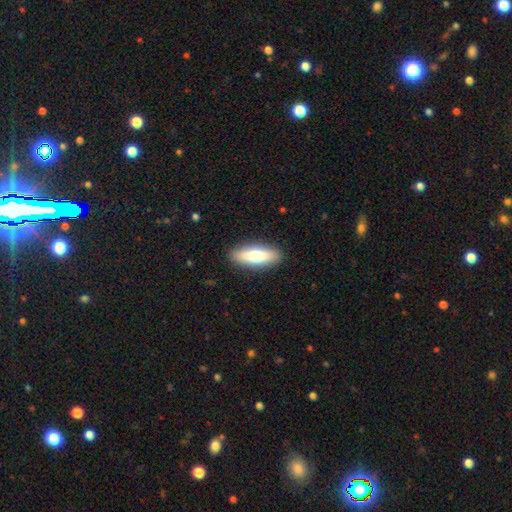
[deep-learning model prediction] smooth 64%, featured or disk 30%, star or artifact 6%. Down the decision tree: how rounded — in between (61%); merging — none (89%).